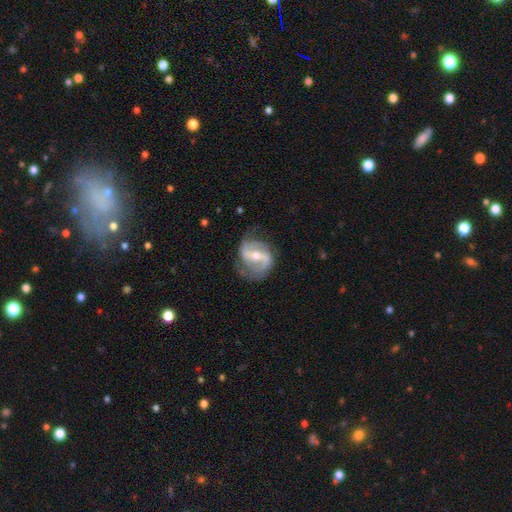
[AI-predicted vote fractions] Q: Smooth or featured?
A: featured or disk (84%); runner-up: smooth (11%)
Q: Edge-on disk?
A: no (97%); runner-up: yes (3%)
Q: Bar?
A: strong (47%); runner-up: weak (39%)
Q: Spiral arms?
A: yes (92%); runner-up: no (8%)
Q: Spiral winding?
A: medium (47%); runner-up: loose (32%)
Q: Spiral arm count?
A: 2 (85%); runner-up: can't tell (6%)
Q: Bulge size?
A: moderate (56%); runner-up: small (39%)
Q: Merging?
A: none (68%); runner-up: minor disturbance (20%)